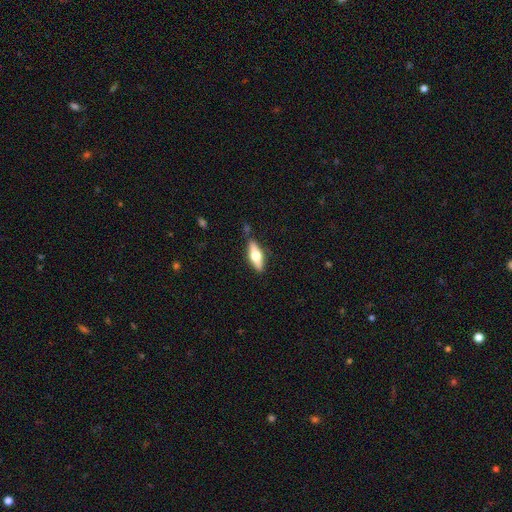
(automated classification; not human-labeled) Q: Smooth or featured?
A: featured or disk (48%); runner-up: smooth (46%)
Q: Merging?
A: none (80%); runner-up: minor disturbance (14%)